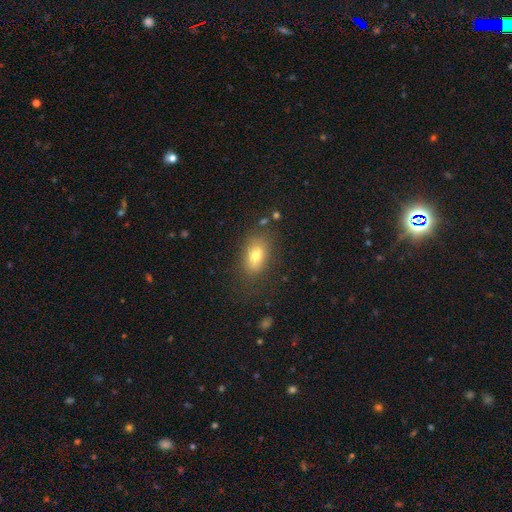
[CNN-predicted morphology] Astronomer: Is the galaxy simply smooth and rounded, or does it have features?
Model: smooth — 74%.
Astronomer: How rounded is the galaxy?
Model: in between — 83%.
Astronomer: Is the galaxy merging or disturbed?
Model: none — 74%.